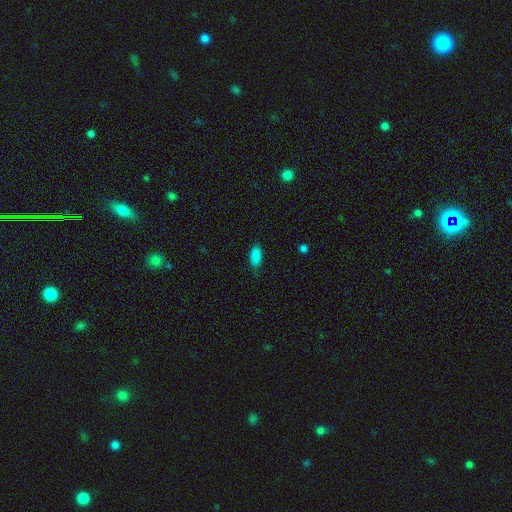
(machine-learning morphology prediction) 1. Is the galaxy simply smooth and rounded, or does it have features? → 87% smooth, 10% star or artifact, 4% featured or disk.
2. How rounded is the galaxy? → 92% in between, 5% cigar-shaped, 3% round.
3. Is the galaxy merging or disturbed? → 75% none, 20% minor disturbance, 4% major disturbance, 1% merger.